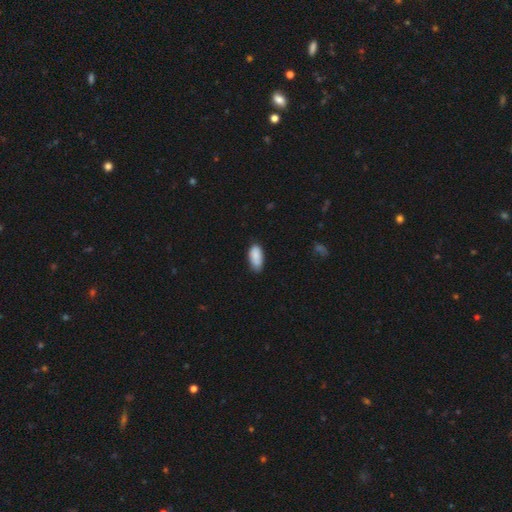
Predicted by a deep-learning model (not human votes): Morphology: type=smooth (88%); roundness=in between (90%); merging=none (66%).